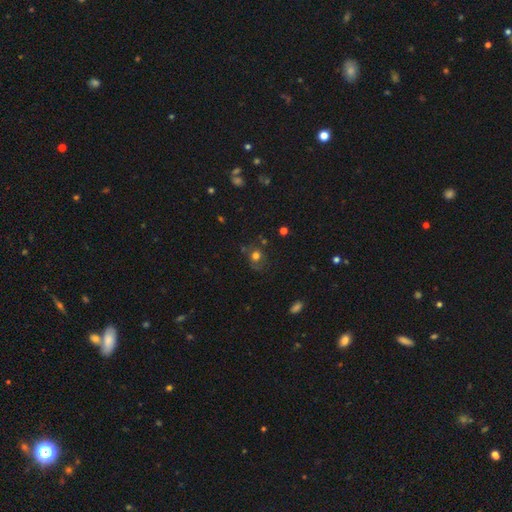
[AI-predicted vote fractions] A smooth galaxy with no disk features (67%) that is round (74%). Merging: none (60%).